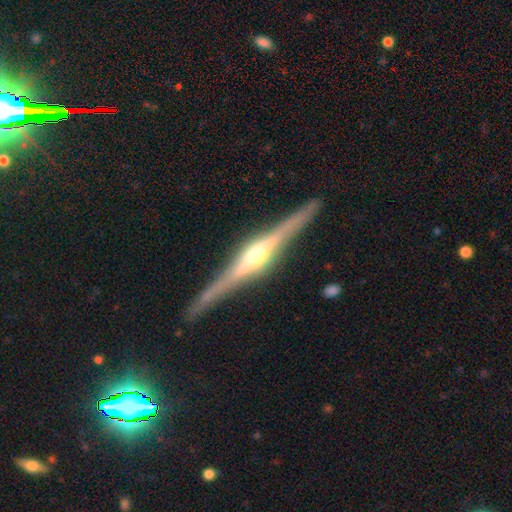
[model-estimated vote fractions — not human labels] Q: Smooth or featured?
A: featured or disk (85%); runner-up: smooth (11%)
Q: Edge-on disk?
A: yes (98%); runner-up: no (2%)
Q: Edge-on bulge?
A: rounded (87%); runner-up: boxy (9%)
Q: Merging?
A: none (87%); runner-up: minor disturbance (10%)